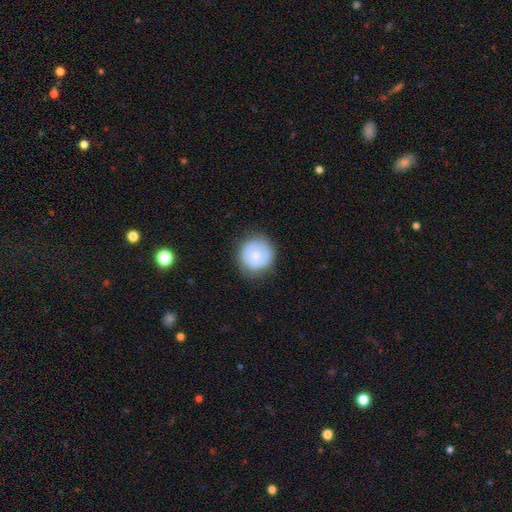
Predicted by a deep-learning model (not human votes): Smooth or featured: smooth — 62% (featured or disk — 31%)
How rounded: round — 93% (in between — 6%)
Merging: none — 80% (minor disturbance — 14%)